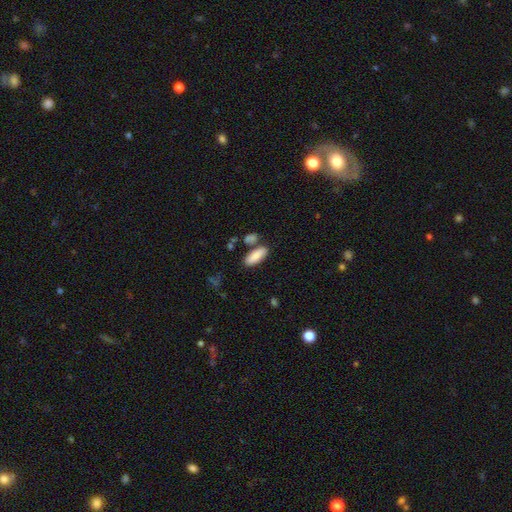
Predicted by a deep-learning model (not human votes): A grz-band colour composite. It shows a smooth galaxy with no disk features (86%) that is in between round and cigar-shaped (79%). Merging: none (73%).